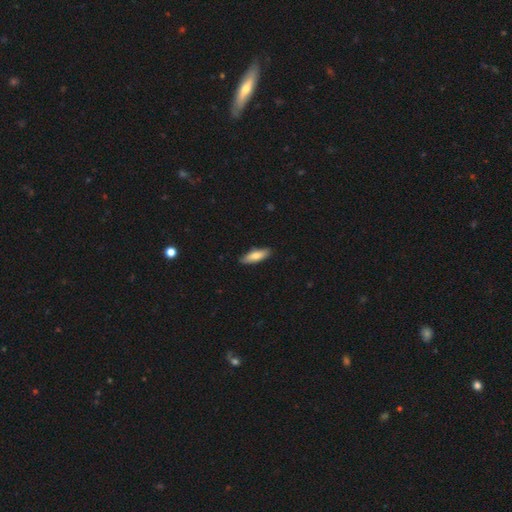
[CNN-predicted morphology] smooth_or_featured: smooth (p=0.75) [alt: featured or disk p=0.19]
how_rounded: in between (p=0.51) [alt: cigar-shaped p=0.47]
merging: none (p=0.86) [alt: minor disturbance p=0.11]